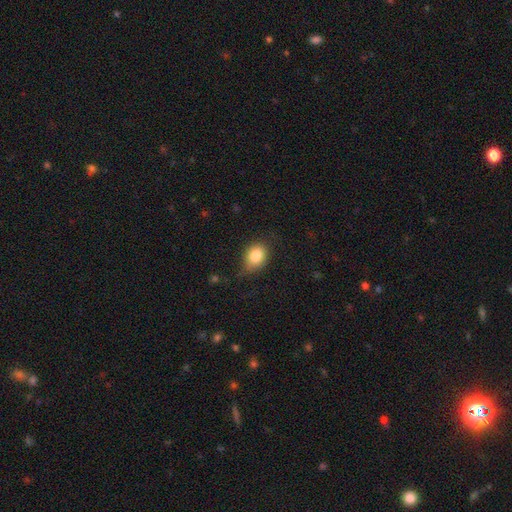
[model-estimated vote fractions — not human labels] Smooth or featured?
  - smooth: 83% *
  - star or artifact: 9%
  - featured or disk: 8%
How rounded?
  - in between: 66% *
  - round: 33%
  - cigar-shaped: 1%
Merging?
  - none: 65% *
  - minor disturbance: 27%
  - major disturbance: 7%
  - merger: 1%